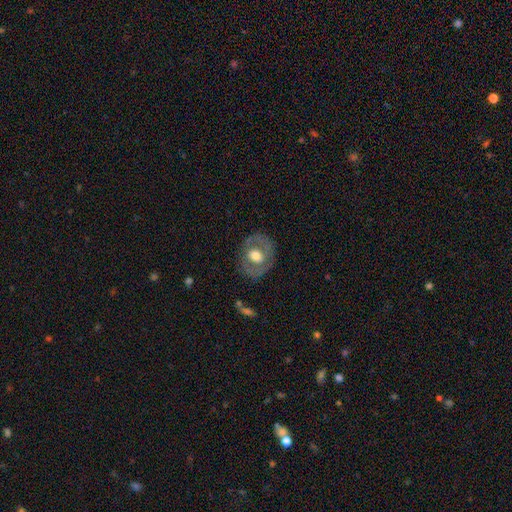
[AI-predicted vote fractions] Smooth or featured: featured or disk — 51% (smooth — 42%)
Edge-on disk: no — 94% (yes — 6%)
Merging: none — 76% (minor disturbance — 16%)